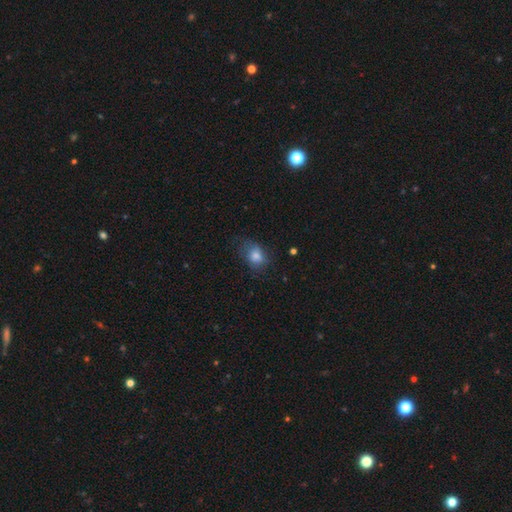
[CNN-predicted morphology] This appears to be a smooth galaxy with no disk features (72%) that is in between round and cigar-shaped (62%). Merging: none (56%).